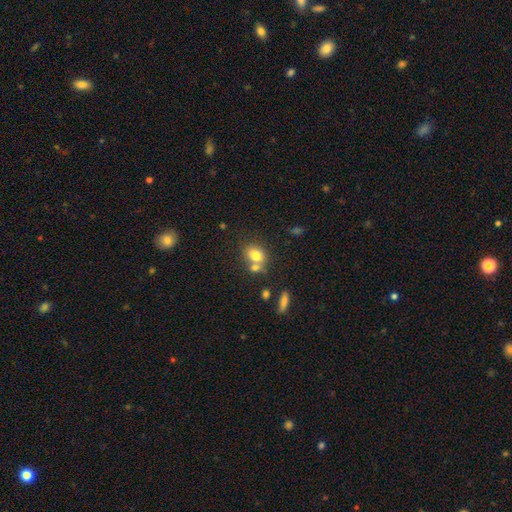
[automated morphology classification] Smooth or featured?
  - smooth: 76% *
  - featured or disk: 13%
  - star or artifact: 11%
How rounded?
  - in between: 54% *
  - round: 45%
  - cigar-shaped: 1%
Merging?
  - none: 48% *
  - merger: 35%
  - minor disturbance: 12%
  - major disturbance: 4%